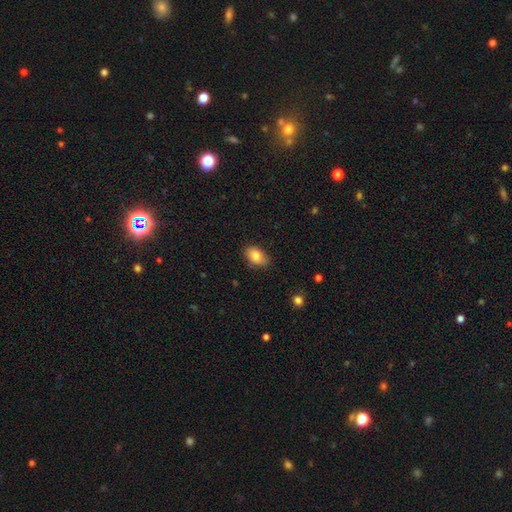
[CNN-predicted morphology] Smooth or featured: smooth — 81% (featured or disk — 11%)
How rounded: in between — 87% (round — 11%)
Merging: none — 77% (minor disturbance — 19%)